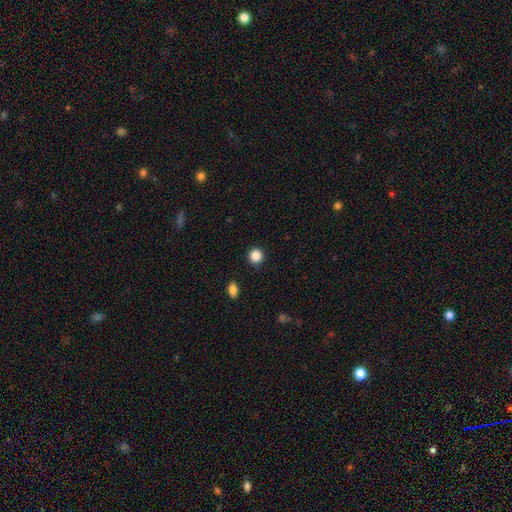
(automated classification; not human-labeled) smooth_or_featured: smooth (p=0.87) [alt: star or artifact p=0.10]
how_rounded: round (p=0.93) [alt: in between p=0.06]
merging: none (p=0.91) [alt: minor disturbance p=0.06]